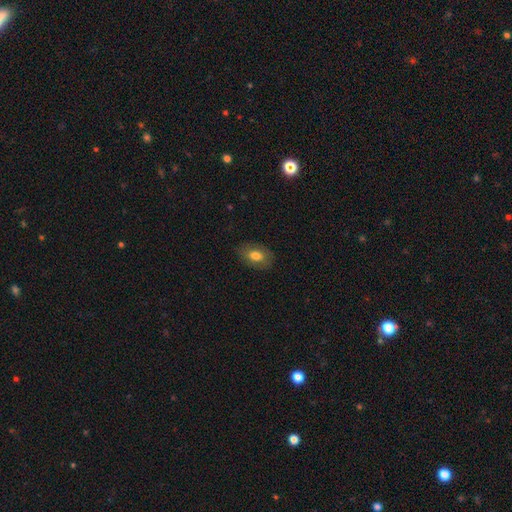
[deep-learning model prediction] Smooth or featured: smooth — 74% (featured or disk — 18%)
How rounded: in between — 84% (round — 14%)
Merging: none — 82% (minor disturbance — 14%)